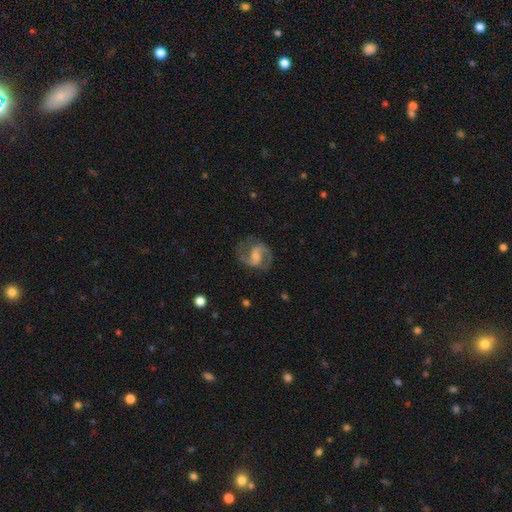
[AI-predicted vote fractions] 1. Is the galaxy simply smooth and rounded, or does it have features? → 84% featured or disk, 10% smooth, 6% star or artifact.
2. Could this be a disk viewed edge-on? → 98% no, 2% yes.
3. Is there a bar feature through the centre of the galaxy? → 50% weak, 26% no, 25% strong.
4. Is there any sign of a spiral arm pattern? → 95% yes, 5% no.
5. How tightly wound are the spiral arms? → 58% medium, 28% loose, 14% tight.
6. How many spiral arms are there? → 91% 2, 3% can't tell, 2% 1, 1% 3, 1% 4, 1% more than 4.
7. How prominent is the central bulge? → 43% small, 30% moderate, 19% none, 6% large, 1% dominant.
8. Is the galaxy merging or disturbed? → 75% none, 15% minor disturbance, 9% major disturbance, 1% merger.